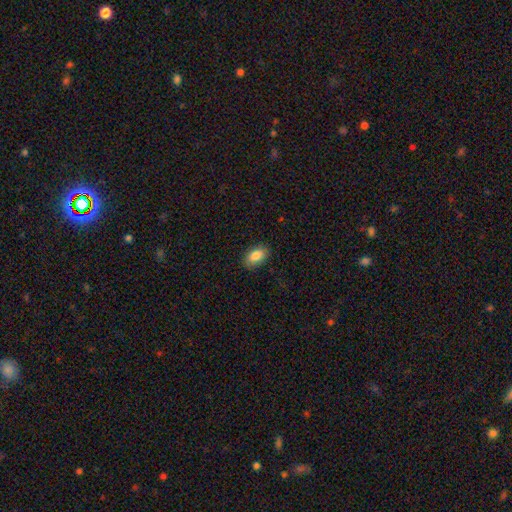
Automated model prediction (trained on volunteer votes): Overall: smooth (86%). How rounded: in between (92%). Merging: none (88%).